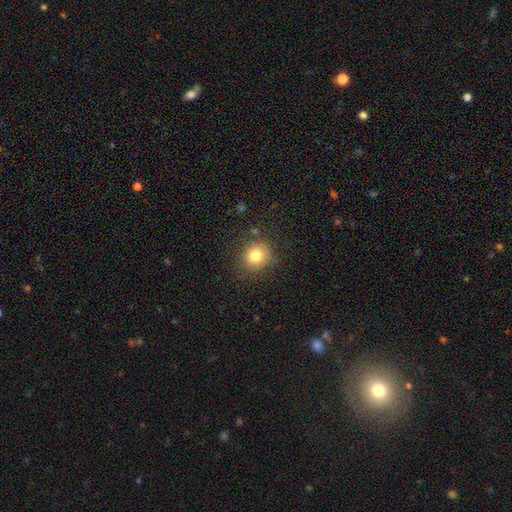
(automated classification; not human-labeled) This is likely a smooth galaxy (79%). How rounded: clearly round (86%). Merging: clearly none (82%).